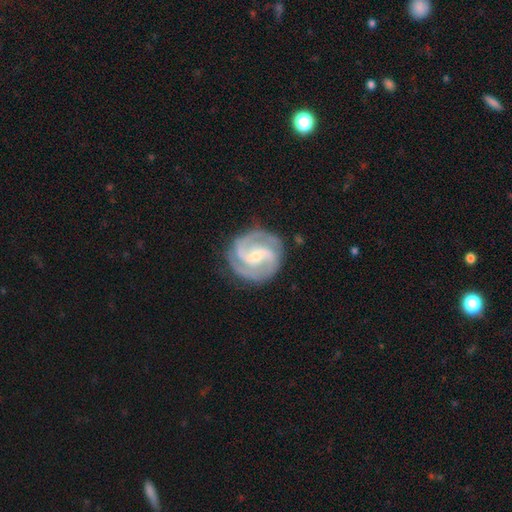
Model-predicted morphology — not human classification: The model was most divided on "spiral winding": medium: 47%, tight: 44%, loose: 9%. Remaining: spiral arms — yes (98%); edge-on disk — no (98%); smooth or featured — featured or disk (91%); merging — none (82%); bulge size — small (62%); spiral arm count — 2 (58%); bar — weak (45%).